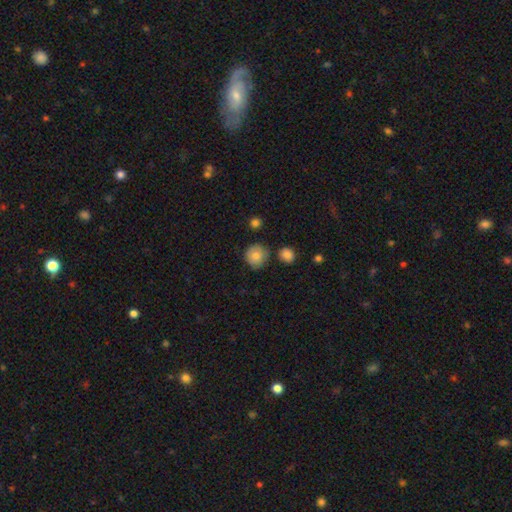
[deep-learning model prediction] smooth 82%, featured or disk 9%, star or artifact 9%. Down the decision tree: how rounded — round (89%); merging — none (77%).